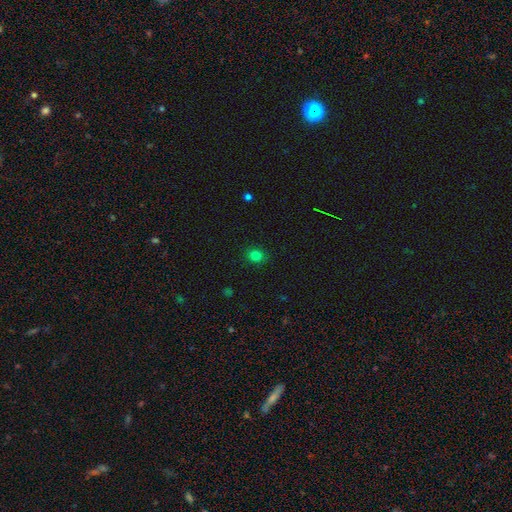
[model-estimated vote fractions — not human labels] This is likely a smooth galaxy (80%). How rounded: likely round (73%). Merging: clearly none (88%).